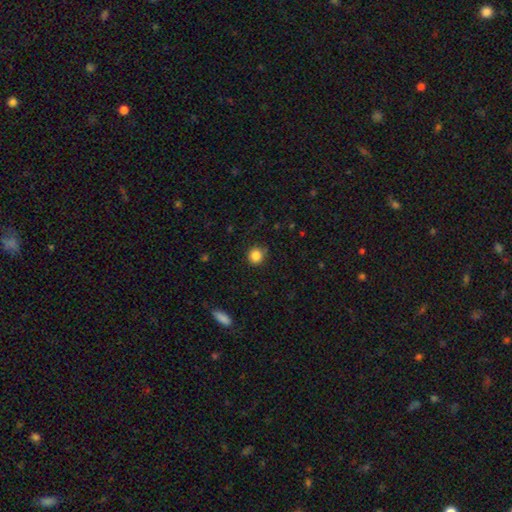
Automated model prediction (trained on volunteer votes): Smooth or featured? smooth (86%)
How rounded? round (89%)
Merging? none (83%)